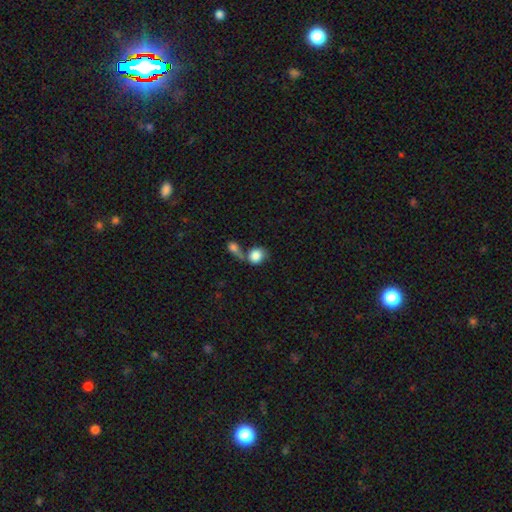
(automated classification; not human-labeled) smooth_or_featured: smooth (p=0.83) [alt: featured or disk p=0.10]
how_rounded: round (p=0.68) [alt: in between p=0.30]
merging: merger (p=0.50) [alt: none p=0.30]